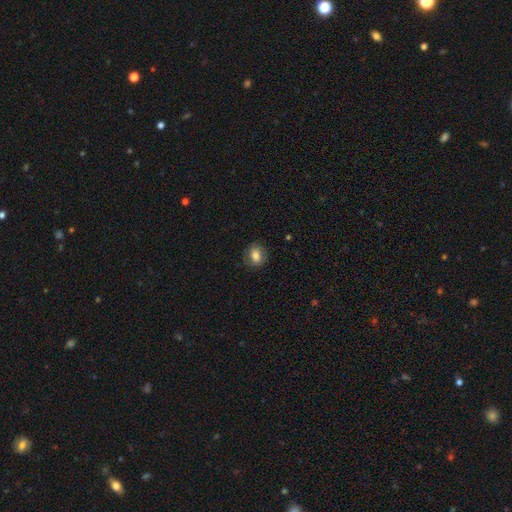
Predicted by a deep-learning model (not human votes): smooth 75%, featured or disk 16%, star or artifact 9%. Down the decision tree: how rounded — round (50%); merging — none (78%).